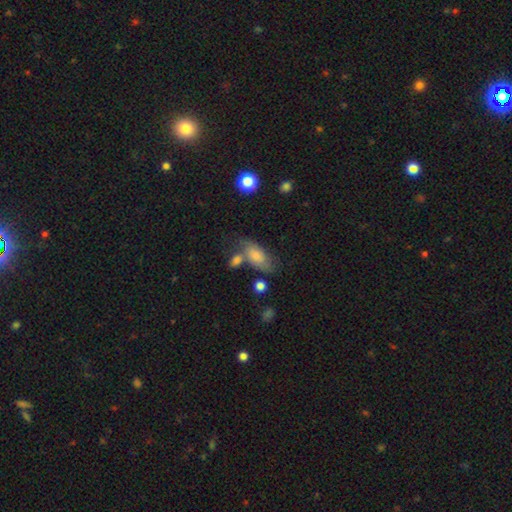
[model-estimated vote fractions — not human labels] Overall: smooth (68%). How rounded: in between (89%). Merging: none (46%; minor disturbance 23%).